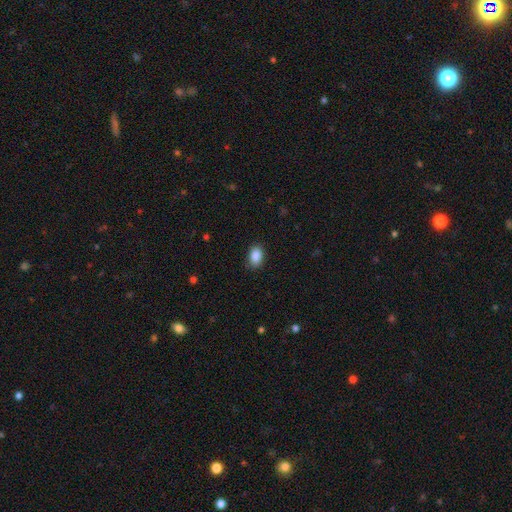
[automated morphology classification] Q: Smooth or featured?
A: smooth (88%); runner-up: star or artifact (8%)
Q: How rounded?
A: in between (80%); runner-up: round (19%)
Q: Merging?
A: none (86%); runner-up: minor disturbance (11%)